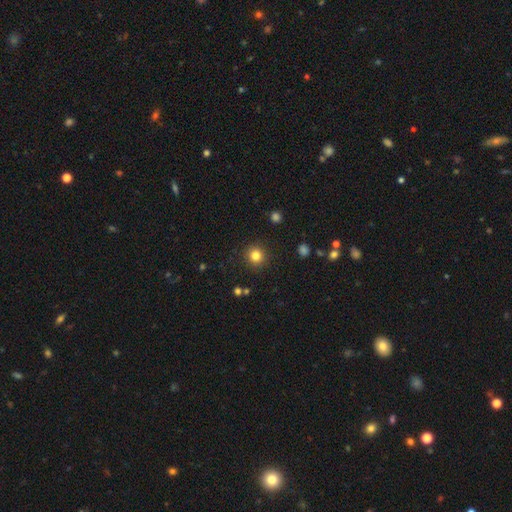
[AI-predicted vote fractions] A smooth galaxy with no disk features (82%) that is round (93%). Merging: none (90%).